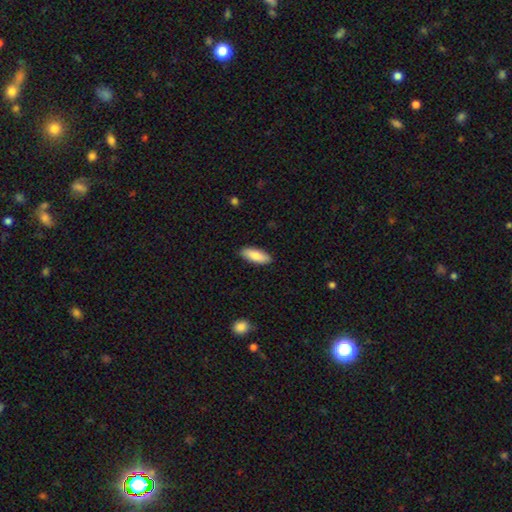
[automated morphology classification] This appears to be a smooth galaxy with no disk features (83%) that is in between round and cigar-shaped (69%). Merging: none (90%).